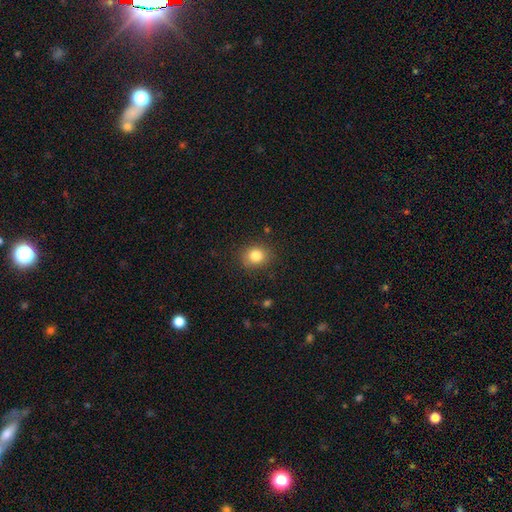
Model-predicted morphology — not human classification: Overall: smooth (82%). How rounded: round (68%; in between 31%). Merging: none (85%).